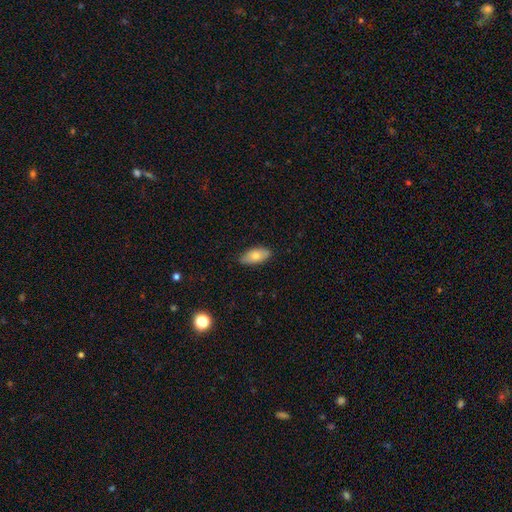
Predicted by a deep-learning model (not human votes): The model was most divided on "smooth or featured": smooth: 73%, featured or disk: 20%, star or artifact: 7%. More confident: how rounded — in between (91%); merging — none (84%).